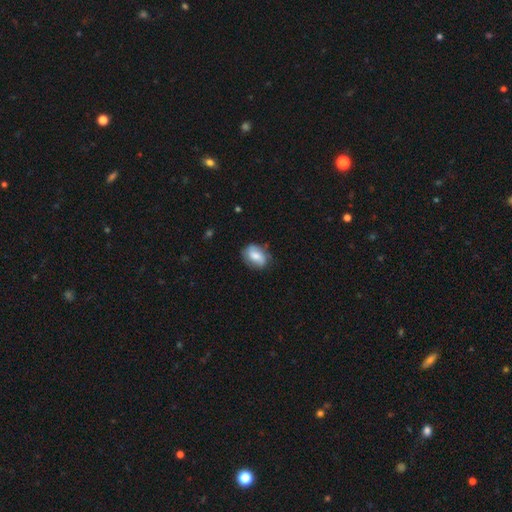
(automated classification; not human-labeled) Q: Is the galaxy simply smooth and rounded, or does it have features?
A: smooth — 59%.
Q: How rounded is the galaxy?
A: in between — 74%.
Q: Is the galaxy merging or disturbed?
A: none — 70%.